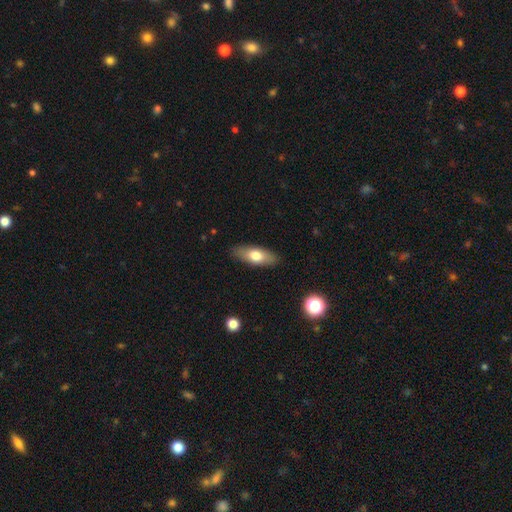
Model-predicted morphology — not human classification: smooth-or-featured: smooth: 70% | featured or disk: 24% | star or artifact: 6%
  how-rounded: in between: 75% | cigar-shaped: 22% | round: 3%
  merging: none: 87% | minor disturbance: 10% | major disturbance: 2% | merger: 1%